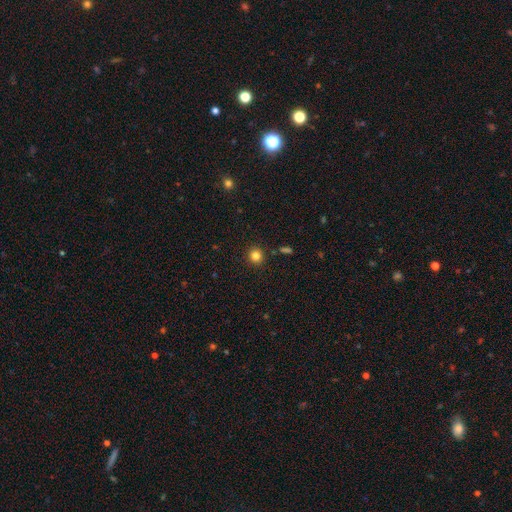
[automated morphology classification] smooth-or-featured: smooth: 82% | star or artifact: 13% | featured or disk: 5%
  how-rounded: round: 92% | in between: 7% | cigar-shaped: 1%
  merging: none: 91% | minor disturbance: 5% | major disturbance: 2% | merger: 2%